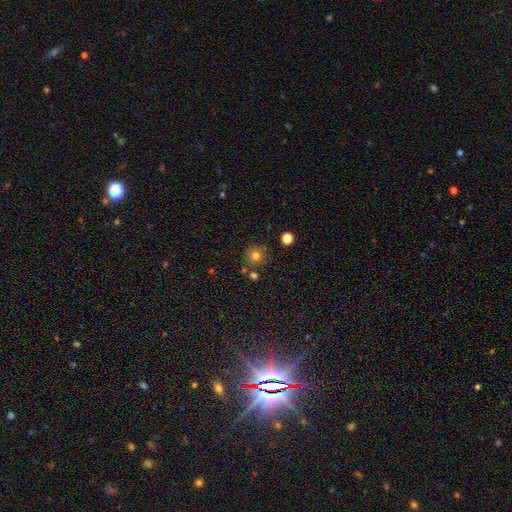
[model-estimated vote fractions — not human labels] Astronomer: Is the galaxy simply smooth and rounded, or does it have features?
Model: smooth — 76%.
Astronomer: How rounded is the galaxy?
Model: round — 92%.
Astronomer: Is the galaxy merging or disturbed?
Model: none — 79%.